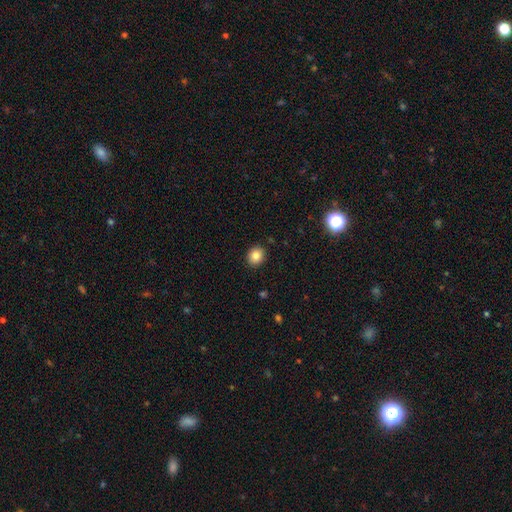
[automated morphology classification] The model was most divided on "how rounded": round: 71%, in between: 28%, cigar-shaped: 1%. More confident: merging — none (90%); smooth or featured — smooth (84%).